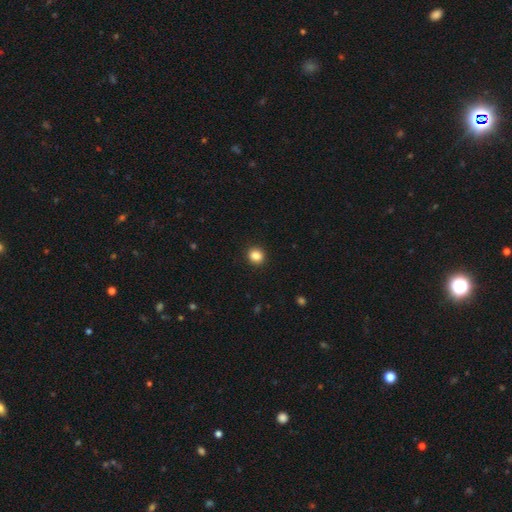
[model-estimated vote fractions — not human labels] smooth_or_featured: smooth (p=0.87) [alt: star or artifact p=0.10]
how_rounded: round (p=0.79) [alt: in between p=0.20]
merging: none (p=0.91) [alt: minor disturbance p=0.06]